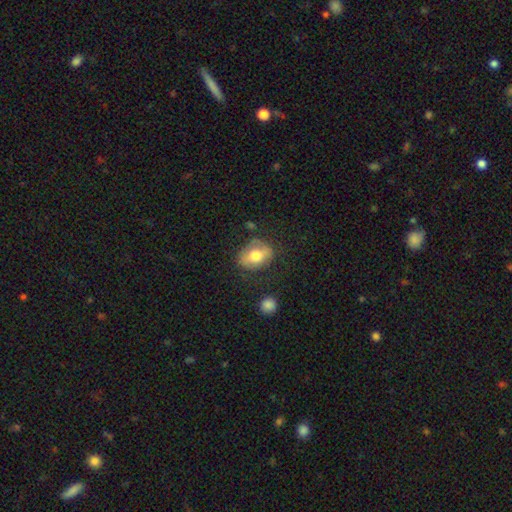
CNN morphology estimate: Q: Smooth or featured?
A: smooth (61%); runner-up: featured or disk (32%)
Q: How rounded?
A: in between (70%); runner-up: round (28%)
Q: Merging?
A: none (69%); runner-up: minor disturbance (20%)